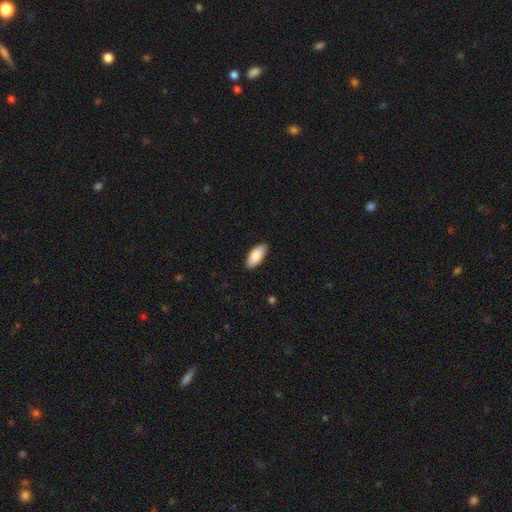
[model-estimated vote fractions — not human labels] Q: Smooth or featured?
A: smooth (87%); runner-up: featured or disk (7%)
Q: How rounded?
A: in between (86%); runner-up: cigar-shaped (12%)
Q: Merging?
A: none (89%); runner-up: minor disturbance (8%)